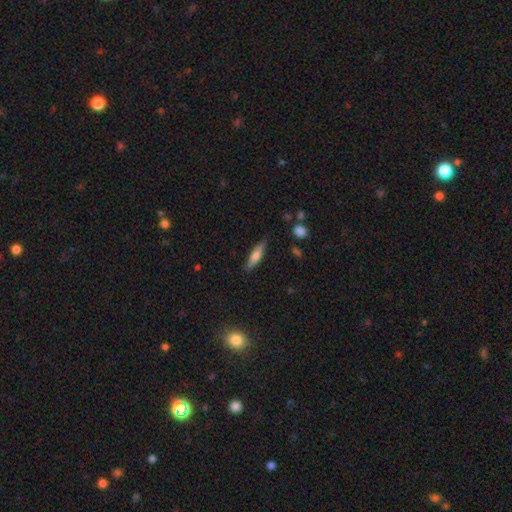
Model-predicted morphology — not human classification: A smooth galaxy with no disk features (58%) that is cigar-shaped (74%).

Vote fractions:
- Smooth or featured? smooth: 58% / featured or disk: 35% / star or artifact: 7%
- How rounded? cigar-shaped: 74% / in between: 24% / round: 2%
- Merging? none: 85% / minor disturbance: 11% / major disturbance: 2% / merger: 2%